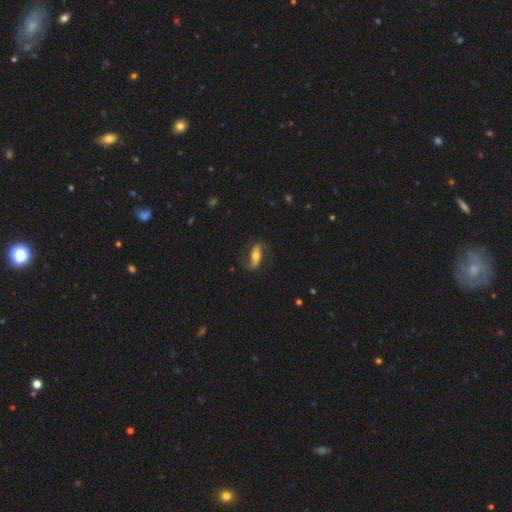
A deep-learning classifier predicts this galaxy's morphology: Overall: featured or disk (70%). Edge-on disk: no (83%). Bar: strong (37%, tied with no). Spiral arms: yes (90%). Spiral arm count: 2 (90%). Spiral winding: loose (65%; medium 25%). Bulge size: moderate (63%; small 23%). Merging: none (74%).